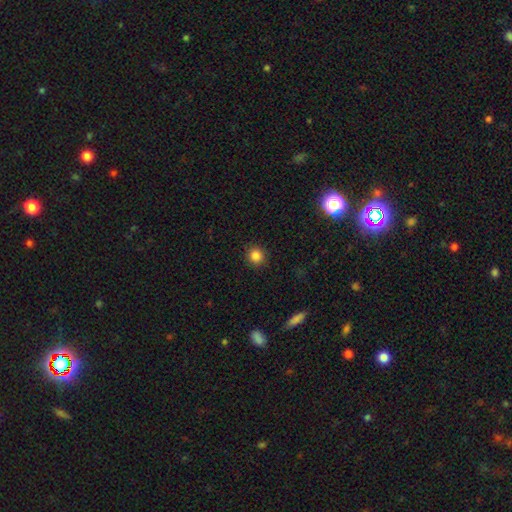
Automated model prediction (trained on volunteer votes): Smooth or featured: smooth — 84% (star or artifact — 11%)
How rounded: round — 92% (in between — 7%)
Merging: none — 92% (minor disturbance — 6%)